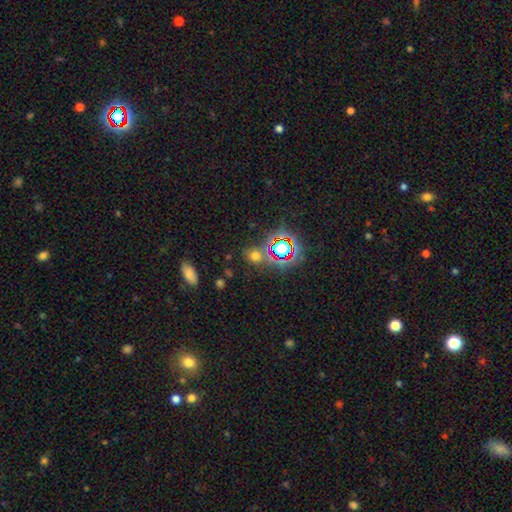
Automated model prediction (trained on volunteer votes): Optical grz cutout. It shows a smooth galaxy with no disk features (54%) that is round (74%). Merging: none (74%).